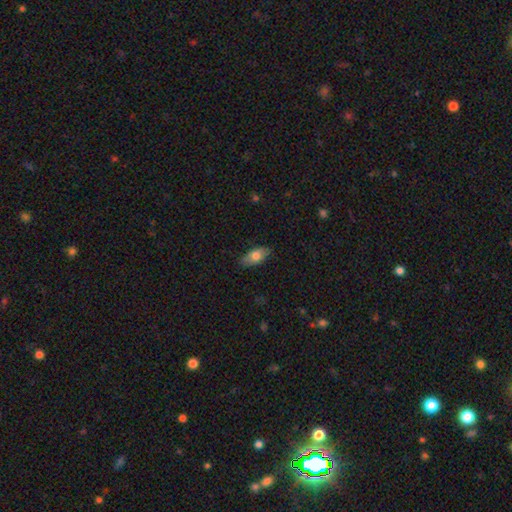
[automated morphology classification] A smooth galaxy with no disk features (75%) that is in between round and cigar-shaped (86%).

Vote fractions:
- Smooth or featured? smooth: 75% / featured or disk: 18% / star or artifact: 7%
- How rounded? in between: 86% / cigar-shaped: 10% / round: 3%
- Merging? none: 83% / minor disturbance: 13% / major disturbance: 2% / merger: 1%